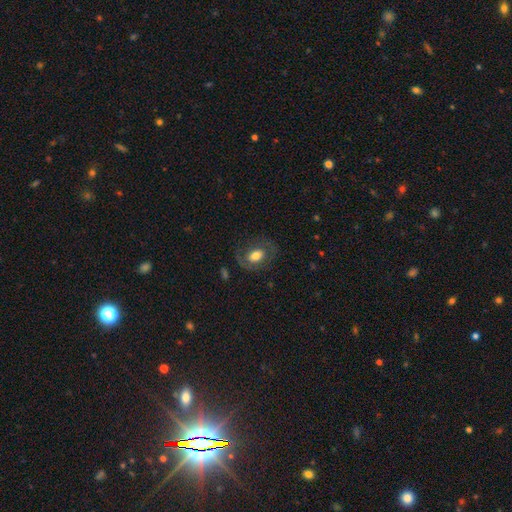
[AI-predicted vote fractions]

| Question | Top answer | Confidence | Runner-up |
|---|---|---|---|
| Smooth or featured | smooth | 60% | featured or disk (32%) |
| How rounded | in between | 68% | round (30%) |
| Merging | none | 69% | minor disturbance (17%) |